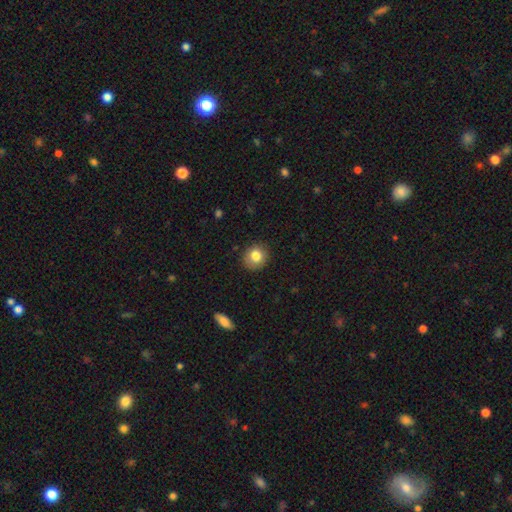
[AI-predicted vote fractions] This appears to be a smooth galaxy with no disk features (82%) that is round (82%). Merging: none (87%).